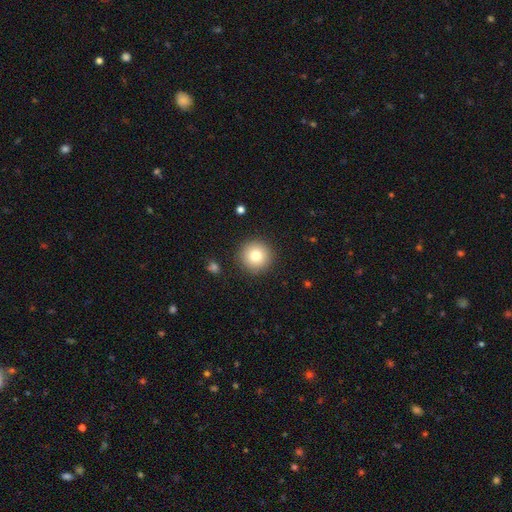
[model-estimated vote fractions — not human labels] smooth-or-featured: smooth: 79% | star or artifact: 11% | featured or disk: 11%
  how-rounded: round: 96% | in between: 3% | cigar-shaped: 1%
  merging: none: 90% | minor disturbance: 6% | major disturbance: 2% | merger: 1%